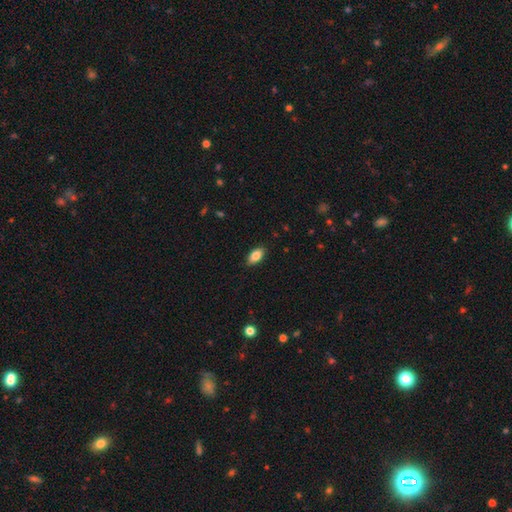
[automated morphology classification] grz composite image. It shows a smooth galaxy with no disk features (83%) that is in between round and cigar-shaped (91%). Merging: none (88%).